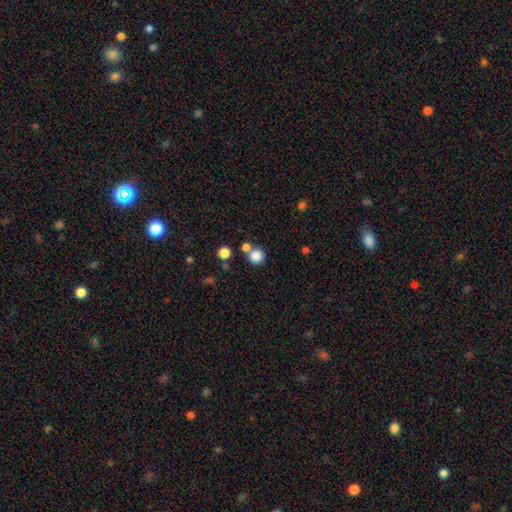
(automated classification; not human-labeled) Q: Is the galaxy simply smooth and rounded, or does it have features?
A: smooth — 84%.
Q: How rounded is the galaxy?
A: round — 92%.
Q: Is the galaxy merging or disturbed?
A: none — 64%.